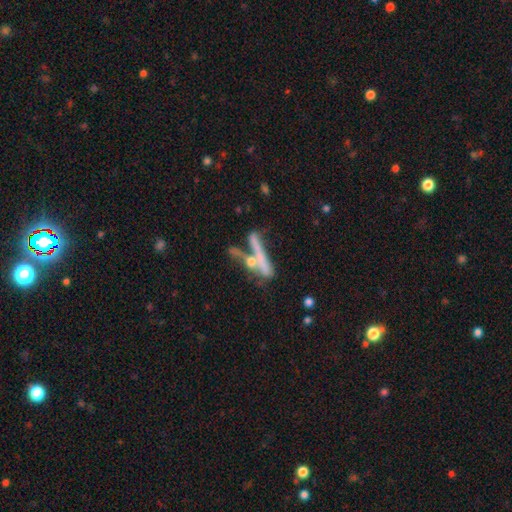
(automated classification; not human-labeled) smooth-or-featured: featured or disk: 49% | smooth: 39% | star or artifact: 12%
  merging: none: 41% | merger: 38% | minor disturbance: 12% | major disturbance: 9%